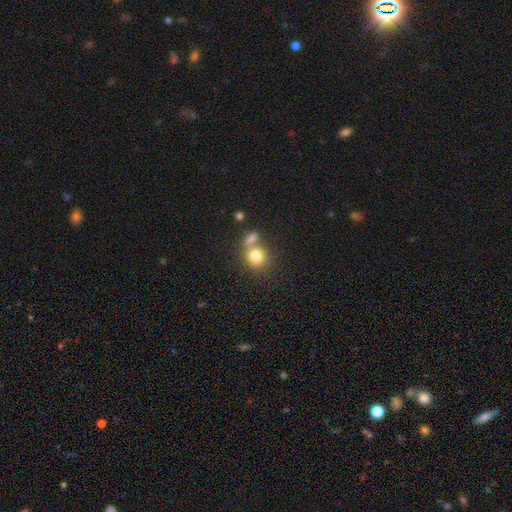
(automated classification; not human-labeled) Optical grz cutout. It shows a smooth galaxy with no disk features (80%) that is round (81%). Merging: none (50%).